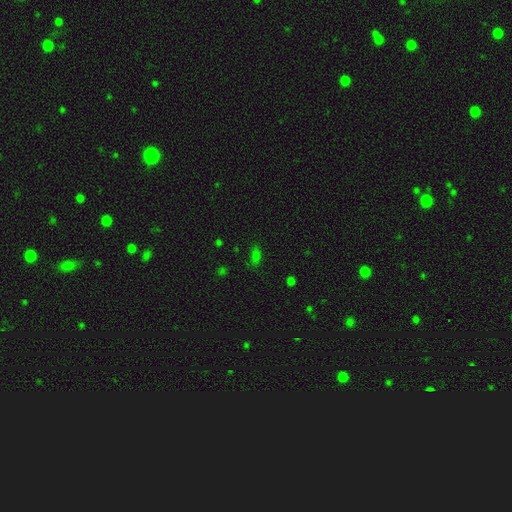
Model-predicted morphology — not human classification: smooth 68%, star or artifact 24%, featured or disk 7%. Down the decision tree: how rounded — in between (80%); merging — none (75%).